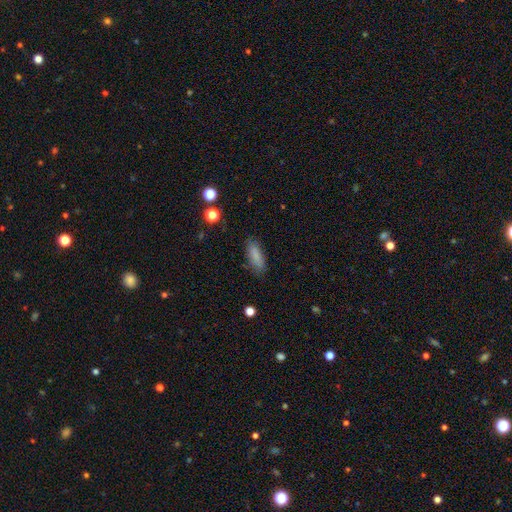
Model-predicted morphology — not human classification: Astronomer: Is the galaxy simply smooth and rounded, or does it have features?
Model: smooth — 85%.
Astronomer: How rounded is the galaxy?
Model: in between — 66%.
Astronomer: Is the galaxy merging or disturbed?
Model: none — 80%.